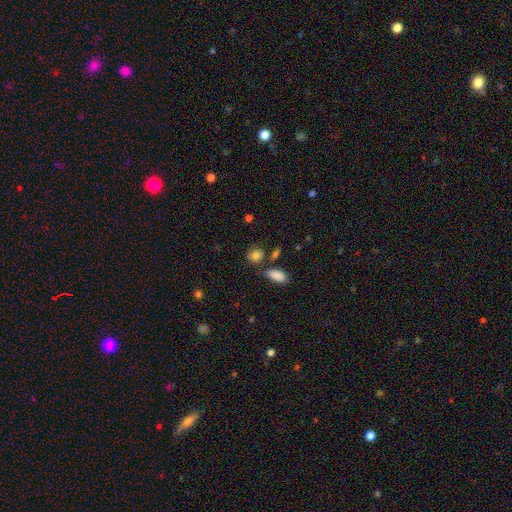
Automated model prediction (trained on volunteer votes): Overall: smooth (84%). How rounded: round (51%; in between 47%). Merging: none (67%).